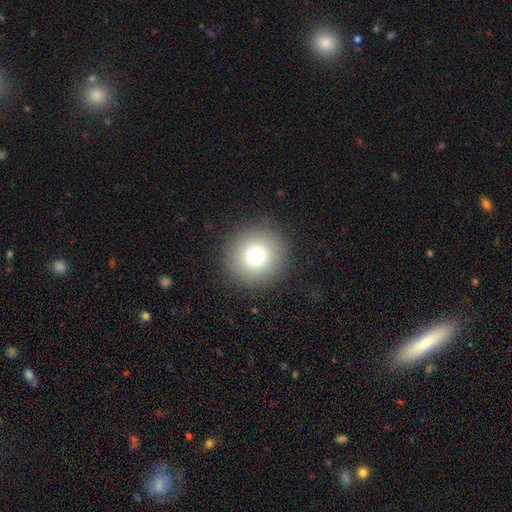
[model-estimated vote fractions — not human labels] Overall: smooth (75%). How rounded: round (95%). Merging: none (90%).